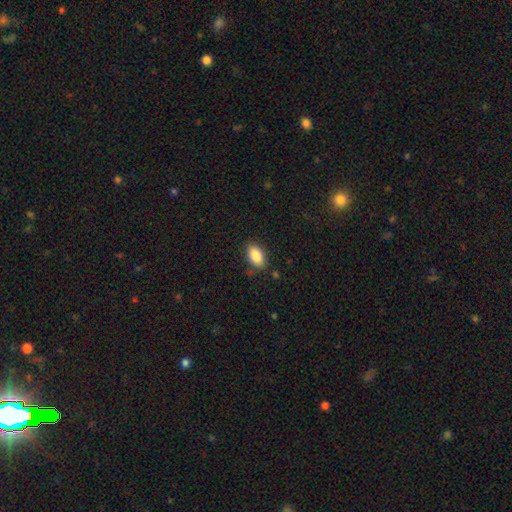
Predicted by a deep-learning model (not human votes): Smooth or featured: smooth — 87% (star or artifact — 8%)
How rounded: in between — 92% (round — 6%)
Merging: none — 84% (minor disturbance — 12%)